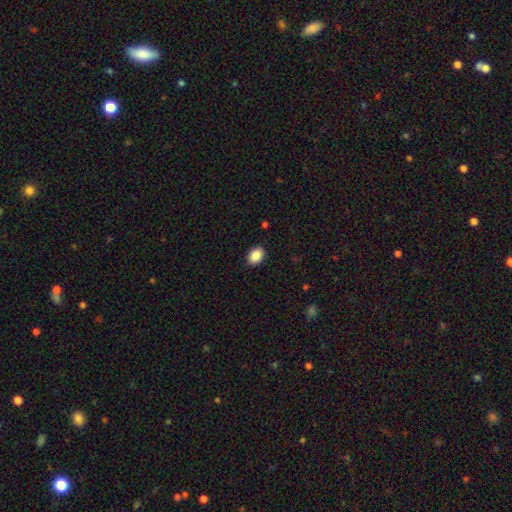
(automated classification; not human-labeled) Smooth or featured? smooth (88%)
How rounded? in between (74%)
Merging? none (89%)